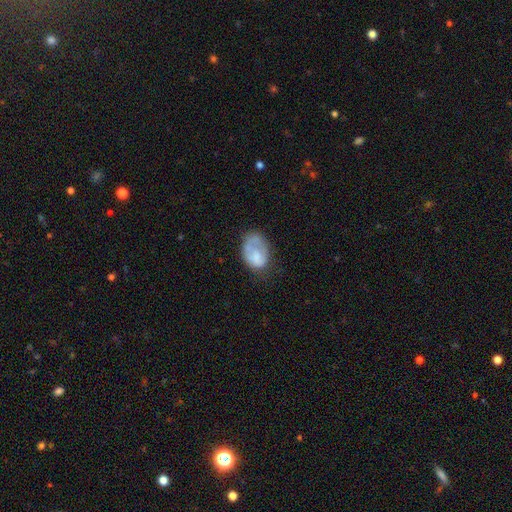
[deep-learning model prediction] A smooth galaxy with no disk features (63%) that is in between round and cigar-shaped (83%).

Vote fractions:
- Smooth or featured? smooth: 63% / featured or disk: 30% / star or artifact: 7%
- How rounded? in between: 83% / round: 16% / cigar-shaped: 1%
- Merging? none: 40% / minor disturbance: 31% / major disturbance: 26% / merger: 4%